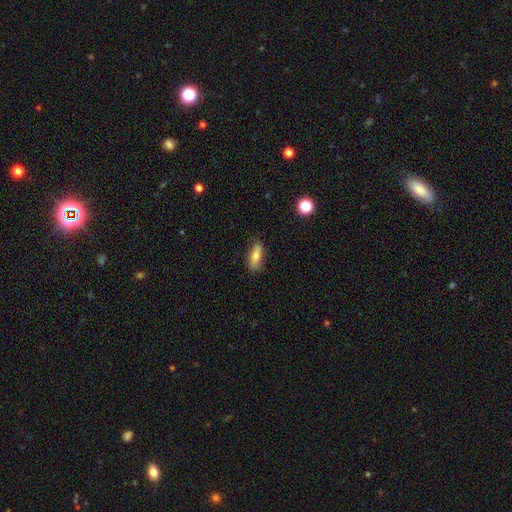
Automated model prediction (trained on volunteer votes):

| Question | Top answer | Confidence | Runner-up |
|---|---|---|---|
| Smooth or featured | smooth | 68% | featured or disk (24%) |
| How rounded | in between | 54% | cigar-shaped (43%) |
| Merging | none | 84% | minor disturbance (12%) |